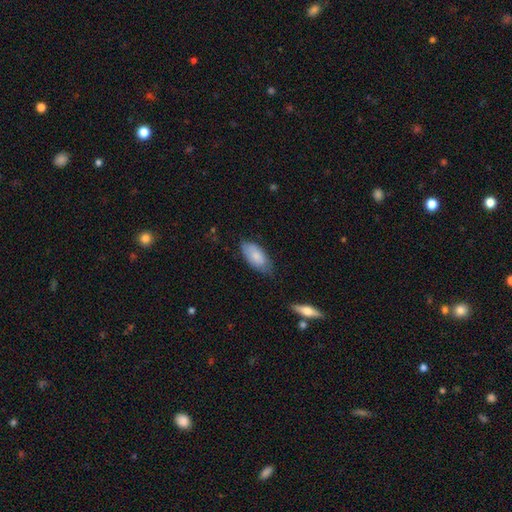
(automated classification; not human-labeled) Overall: smooth (77%). How rounded: in between (92%). Merging: none (63%; minor disturbance 30%).